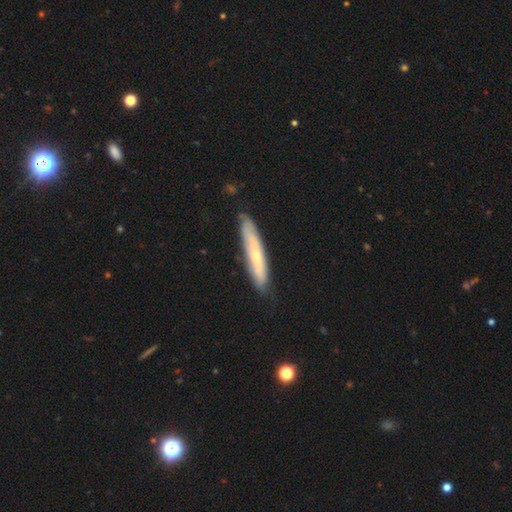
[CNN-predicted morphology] A smooth galaxy with no disk features (47%, tied with featured or disk). Merging: none (80%).